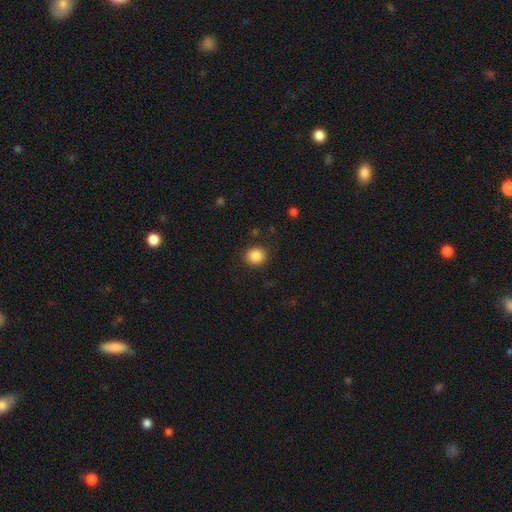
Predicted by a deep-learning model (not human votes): Smooth or featured: smooth — 87% (star or artifact — 9%)
How rounded: round — 82% (in between — 17%)
Merging: none — 88% (minor disturbance — 8%)